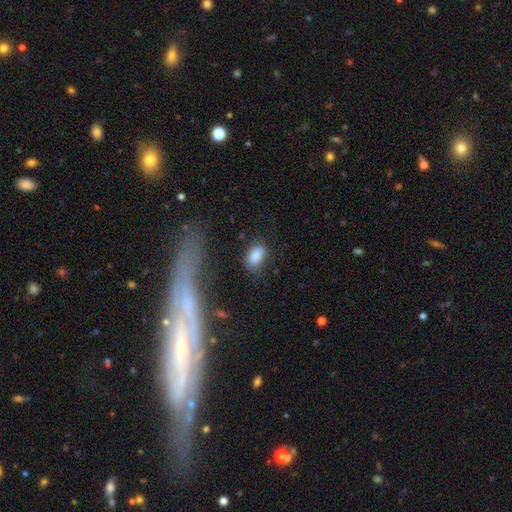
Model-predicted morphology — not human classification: smooth-or-featured: smooth: 86% | star or artifact: 8% | featured or disk: 6%
  how-rounded: in between: 91% | round: 6% | cigar-shaped: 2%
  merging: none: 69% | minor disturbance: 20% | major disturbance: 7% | merger: 4%